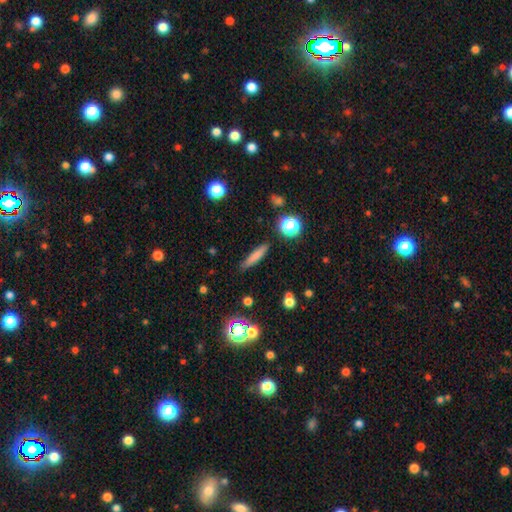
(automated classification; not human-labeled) smooth-or-featured: smooth: 74% | featured or disk: 16% | star or artifact: 10%
  how-rounded: cigar-shaped: 86% | in between: 12% | round: 3%
  merging: none: 85% | minor disturbance: 10% | major disturbance: 2% | merger: 2%